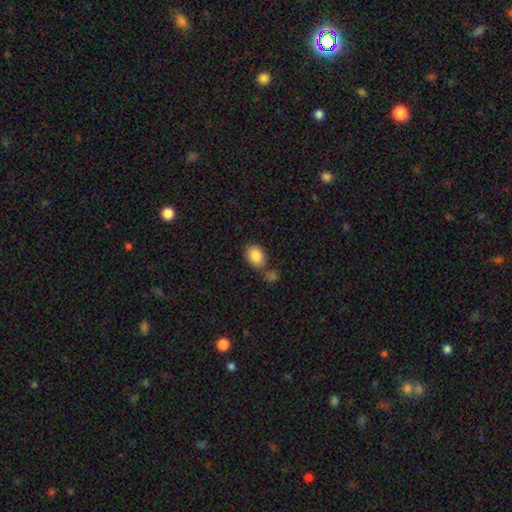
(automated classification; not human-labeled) A smooth galaxy with no disk features (87%) that is in between round and cigar-shaped (75%).

Vote fractions:
- Smooth or featured? smooth: 87% / star or artifact: 7% / featured or disk: 6%
- How rounded? in between: 75% / round: 23% / cigar-shaped: 1%
- Merging? none: 58% / merger: 23% / minor disturbance: 15% / major disturbance: 5%